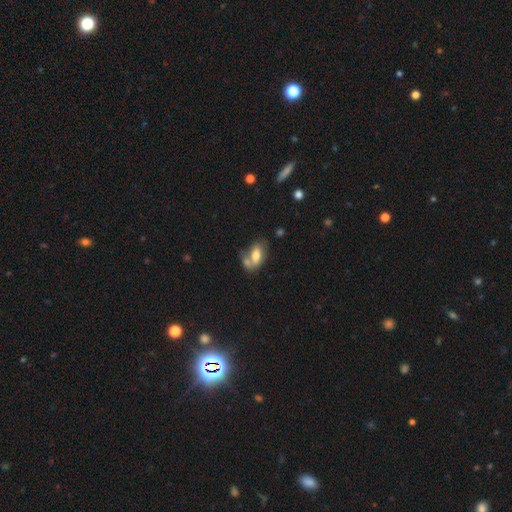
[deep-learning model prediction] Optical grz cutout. It shows a smooth galaxy with no disk features (69%) that is in between round and cigar-shaped (89%). Merging: merger (42%).